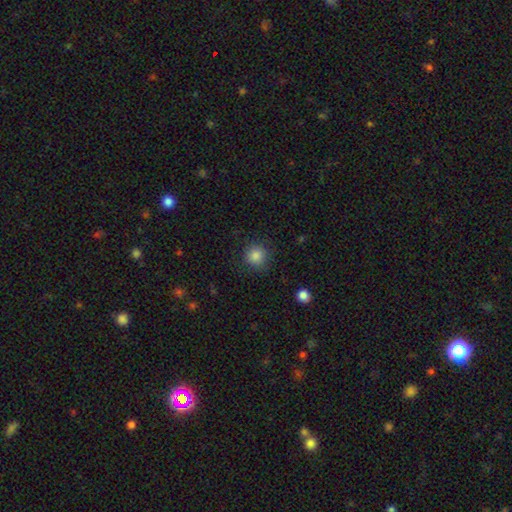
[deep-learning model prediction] Smooth or featured: smooth — 85% (star or artifact — 11%)
How rounded: round — 92% (in between — 7%)
Merging: none — 87% (minor disturbance — 9%)